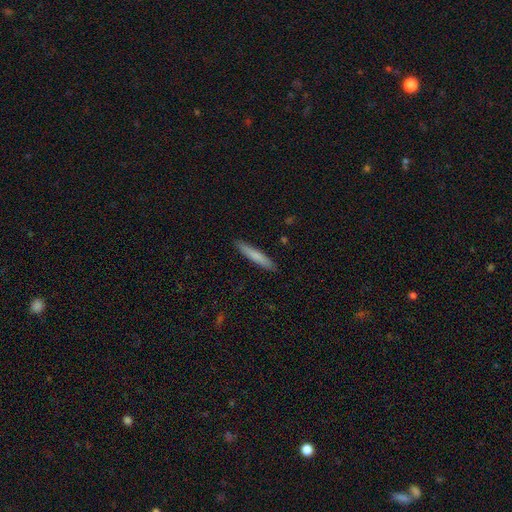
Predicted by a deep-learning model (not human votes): Smooth or featured? Predicted: smooth (p=0.77). How rounded? Predicted: cigar-shaped (p=0.93). Merging? Predicted: none (p=0.90).